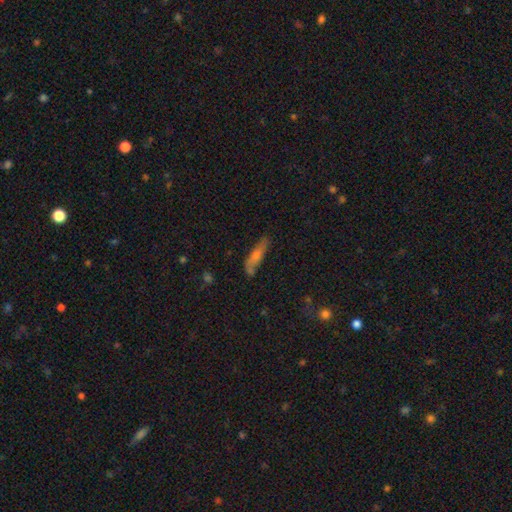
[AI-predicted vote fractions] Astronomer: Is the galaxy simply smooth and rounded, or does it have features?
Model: smooth — 53% (runner-up: featured or disk, 37%).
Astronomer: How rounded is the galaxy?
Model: cigar-shaped — 77%.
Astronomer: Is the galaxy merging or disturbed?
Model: none — 72%.